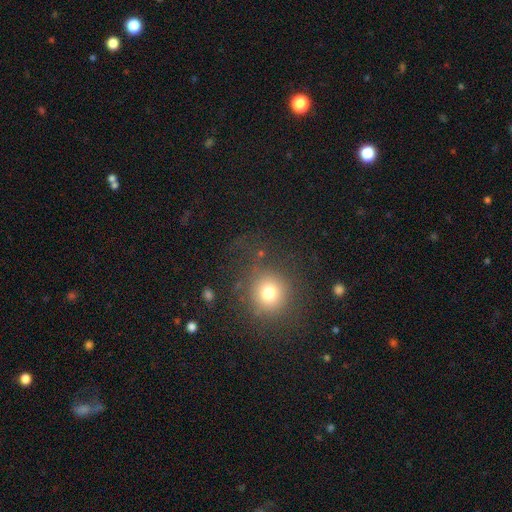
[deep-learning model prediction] This appears to be a smooth galaxy with no disk features (65%) that is round (88%). Merging: none (81%).